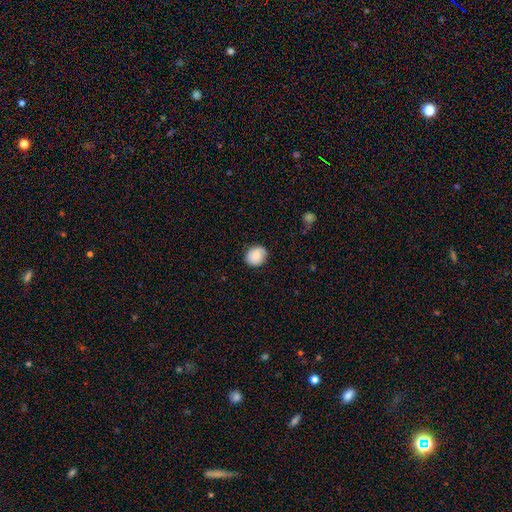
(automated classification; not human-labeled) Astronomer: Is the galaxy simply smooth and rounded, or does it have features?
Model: smooth — 79%.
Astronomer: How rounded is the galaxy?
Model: round — 71%.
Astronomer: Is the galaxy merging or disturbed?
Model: none — 81%.